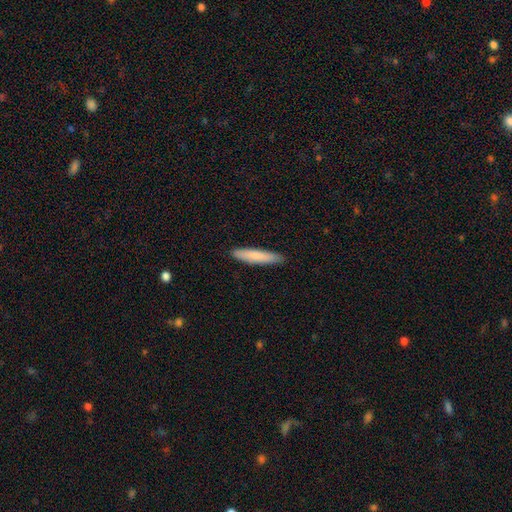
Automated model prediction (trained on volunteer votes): Q: Smooth or featured?
A: smooth (80%); runner-up: featured or disk (14%)
Q: How rounded?
A: cigar-shaped (88%); runner-up: in between (11%)
Q: Merging?
A: none (90%); runner-up: minor disturbance (7%)